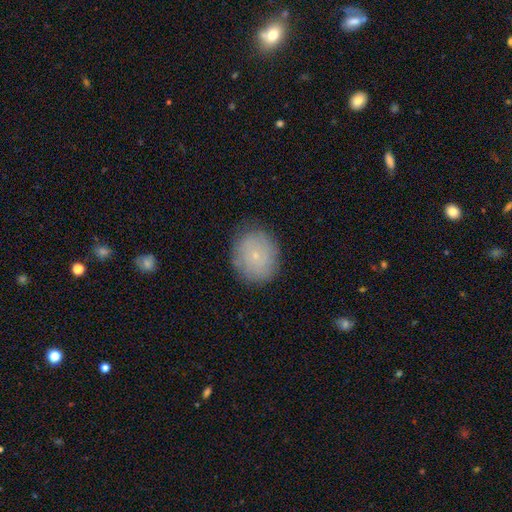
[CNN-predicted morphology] smooth-or-featured: smooth: 63% | featured or disk: 28% | star or artifact: 9%
  how-rounded: round: 68% | in between: 31% | cigar-shaped: 1%
  merging: none: 82% | minor disturbance: 13% | major disturbance: 4% | merger: 1%